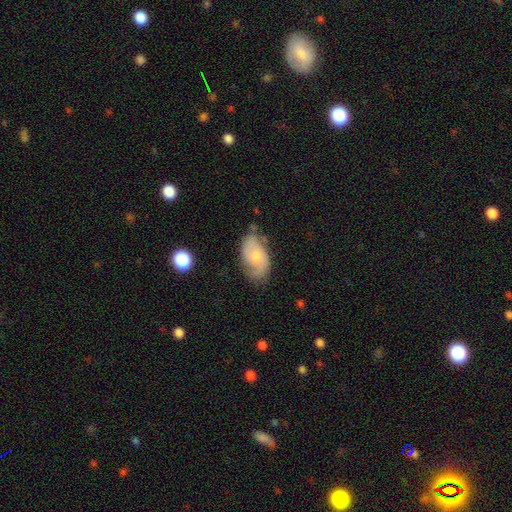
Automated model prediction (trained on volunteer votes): featured or disk 60%, smooth 33%, star or artifact 7%. Down the decision tree: edge-on disk — no (95%); bar — no (68%); spiral arms — yes (85%); bulge size — moderate (49%); merging — none (59%).